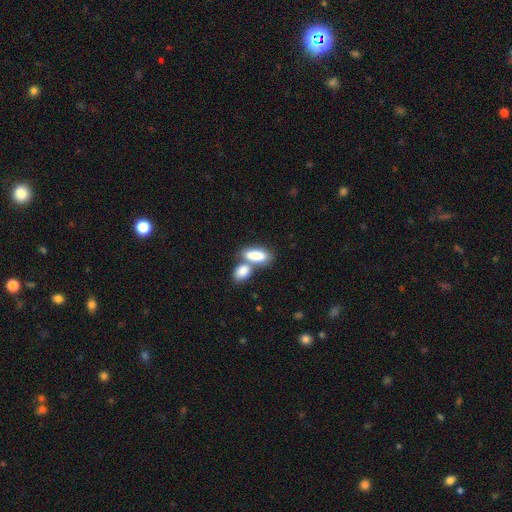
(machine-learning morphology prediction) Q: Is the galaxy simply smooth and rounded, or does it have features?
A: smooth — 83%.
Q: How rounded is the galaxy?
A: in between — 86%.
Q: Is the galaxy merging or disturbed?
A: merger — 57%.